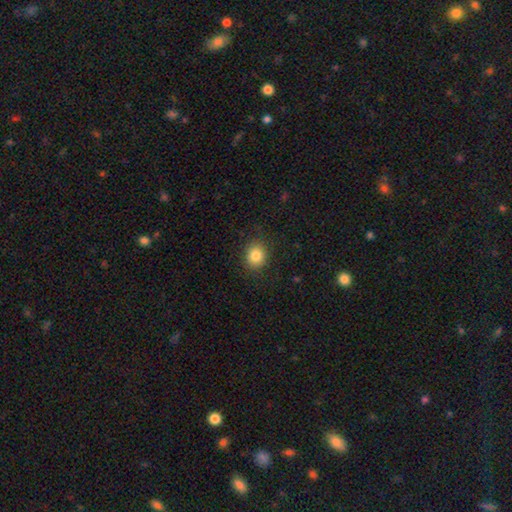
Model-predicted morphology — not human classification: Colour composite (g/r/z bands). It shows a smooth galaxy with no disk features (84%) that is round (71%). Merging: none (88%).